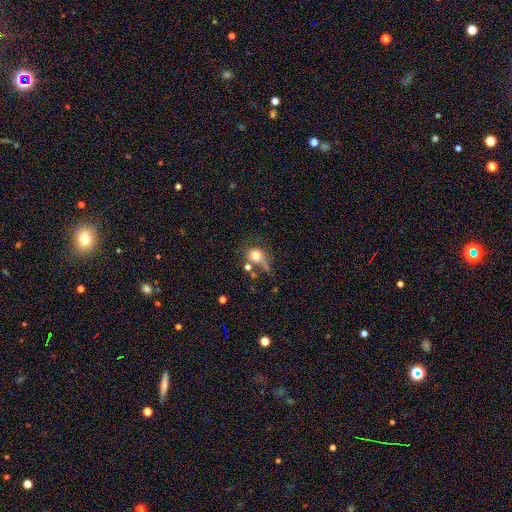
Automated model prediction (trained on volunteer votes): smooth-or-featured: smooth: 71% | featured or disk: 18% | star or artifact: 12%
  how-rounded: round: 73% | in between: 25% | cigar-shaped: 2%
  merging: none: 36% | major disturbance: 23% | merger: 21% | minor disturbance: 20%